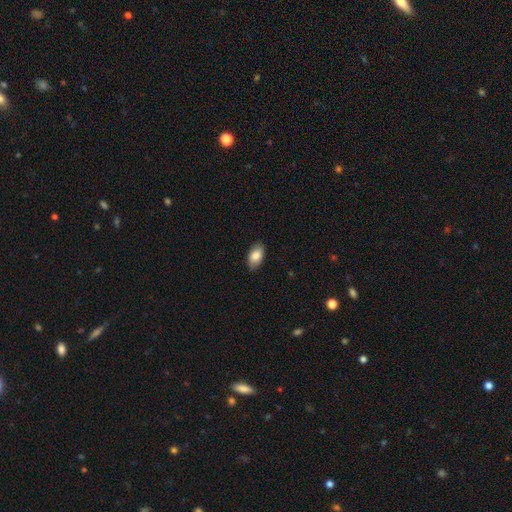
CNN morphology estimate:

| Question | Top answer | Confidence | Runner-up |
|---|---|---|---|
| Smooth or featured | smooth | 84% | featured or disk (9%) |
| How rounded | in between | 93% | round (4%) |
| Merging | none | 87% | minor disturbance (10%) |